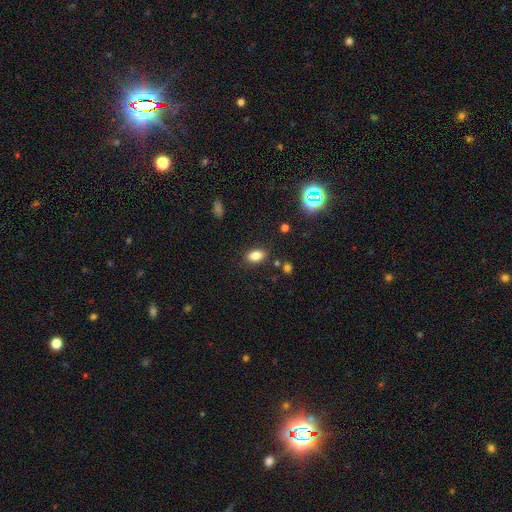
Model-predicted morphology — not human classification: smooth-or-featured: smooth: 83% | star or artifact: 10% | featured or disk: 7%
  how-rounded: in between: 88% | round: 9% | cigar-shaped: 3%
  merging: none: 84% | minor disturbance: 11% | major disturbance: 3% | merger: 2%